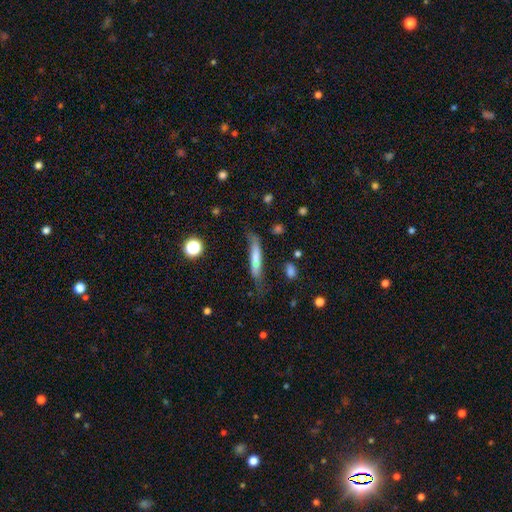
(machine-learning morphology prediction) smooth_or_featured: smooth (p=0.62) [alt: featured or disk p=0.30]
how_rounded: cigar-shaped (p=0.91) [alt: in between p=0.07]
merging: none (p=0.65) [alt: minor disturbance p=0.24]